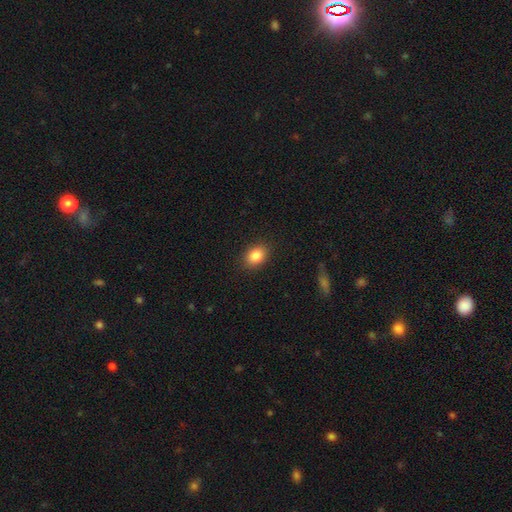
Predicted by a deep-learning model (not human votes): Morphology: type=smooth (84%); roundness=in between (64%); merging=none (88%).